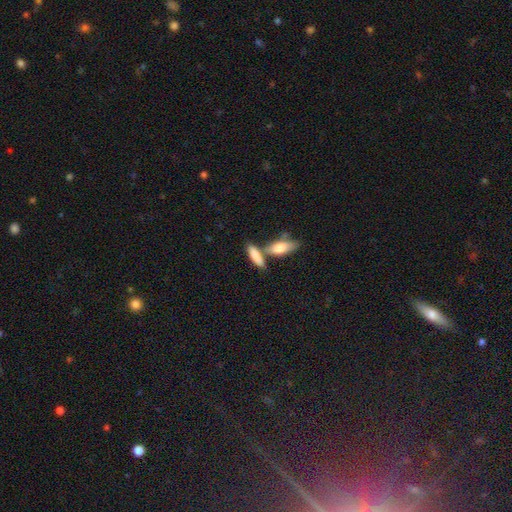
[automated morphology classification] A smooth galaxy with no disk features (81%) that is in between round and cigar-shaped (52%).

Vote fractions:
- Smooth or featured? smooth: 81% / featured or disk: 13% / star or artifact: 6%
- How rounded? in between: 52% / cigar-shaped: 45% / round: 3%
- Merging? none: 49% / merger: 36% / minor disturbance: 11% / major disturbance: 4%